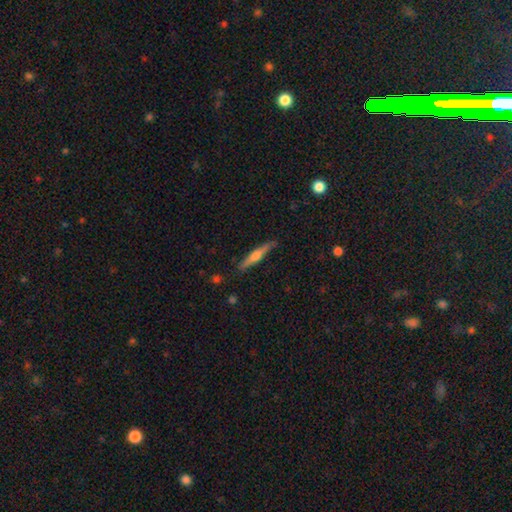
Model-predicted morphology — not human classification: smooth-or-featured: featured or disk: 54% | smooth: 40% | star or artifact: 6%
  disk-edge-on: yes: 97% | no: 3%
    edge-on-bulge: rounded: 77% | boxy: 13% | none: 10%
  merging: none: 85% | minor disturbance: 12% | major disturbance: 2% | merger: 2%